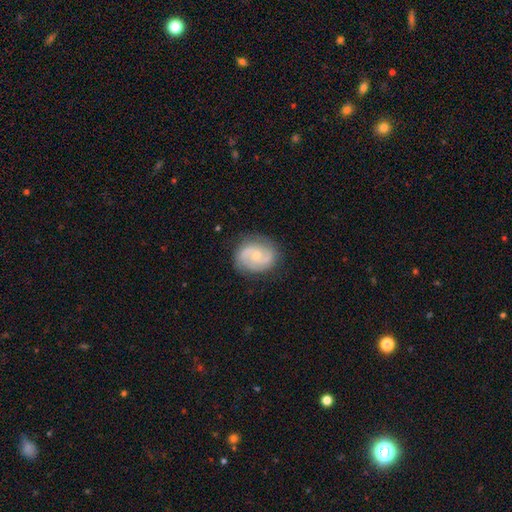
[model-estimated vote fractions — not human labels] Morphology: type=featured or disk (79%); edge-on=no (98%); bar=no (59%); spiral arms=yes (94%); winding=medium (48%); arm count=2 (85%); bulge=small (60%); merging=none (82%).